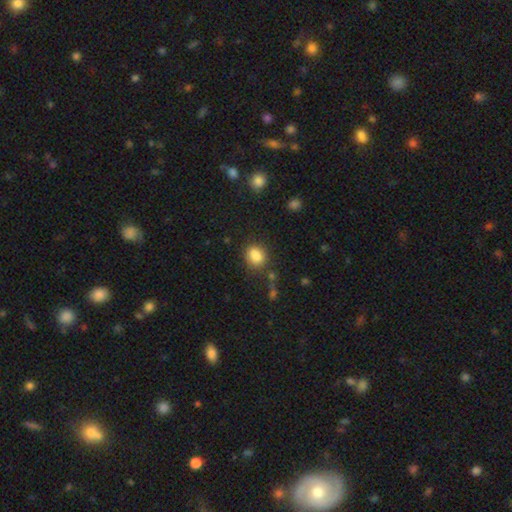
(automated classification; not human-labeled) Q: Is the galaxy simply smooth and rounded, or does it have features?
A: smooth — 83%.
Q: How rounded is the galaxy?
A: round — 56%.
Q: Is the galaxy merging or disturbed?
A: none — 68%.